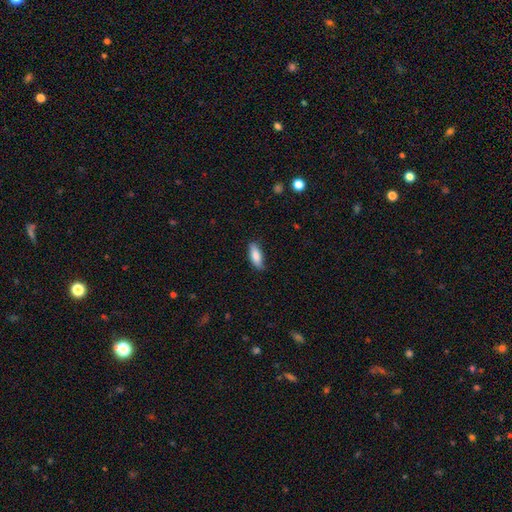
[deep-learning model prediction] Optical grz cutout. It shows a smooth galaxy with no disk features (84%) that is in between round and cigar-shaped (71%). Merging: none (78%).